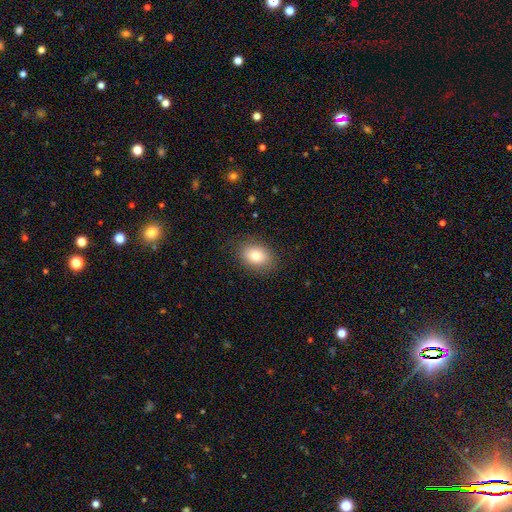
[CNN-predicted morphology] A smooth galaxy with no disk features (80%) that is in between round and cigar-shaped (69%). Merging: none (85%).